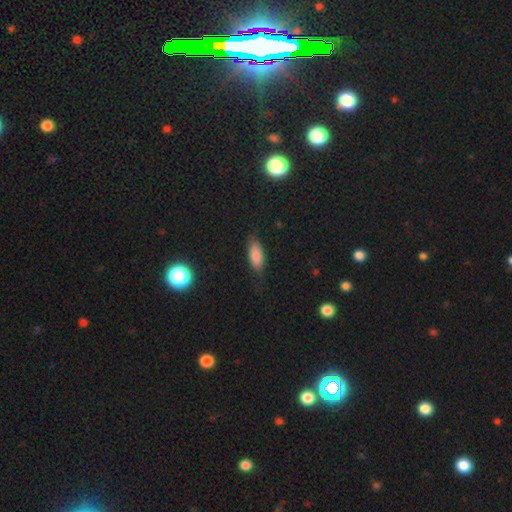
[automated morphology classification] Smooth or featured? smooth (83%)
How rounded? in between (79%)
Merging? none (76%)